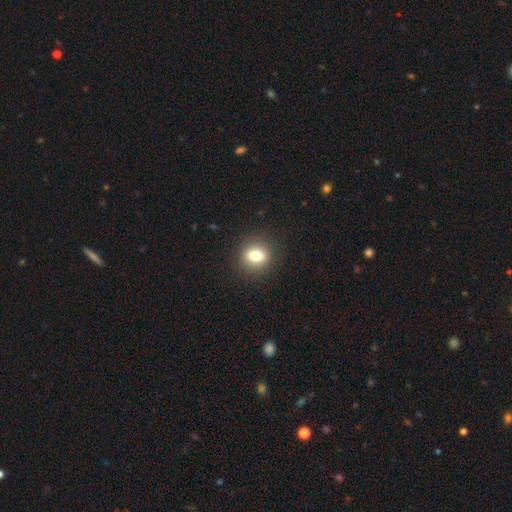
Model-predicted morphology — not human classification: Q: Smooth or featured?
A: smooth (77%); runner-up: featured or disk (12%)
Q: How rounded?
A: round (72%); runner-up: in between (26%)
Q: Merging?
A: none (90%); runner-up: minor disturbance (7%)